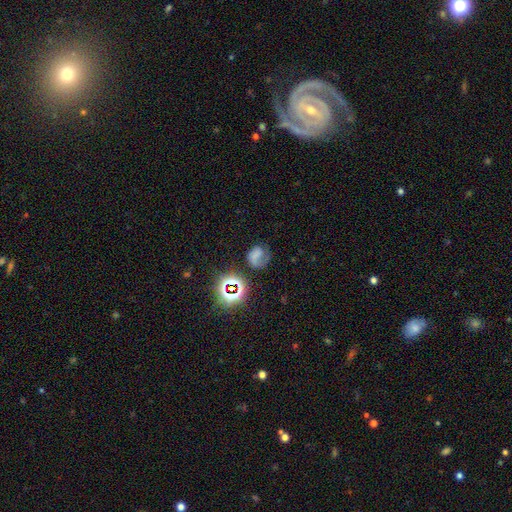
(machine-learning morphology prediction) A smooth galaxy with no disk features (40%).

Vote fractions:
- Smooth or featured? smooth: 40% / featured or disk: 39% / star or artifact: 21%
- Merging? none: 47% / major disturbance: 27% / minor disturbance: 22% / merger: 4%